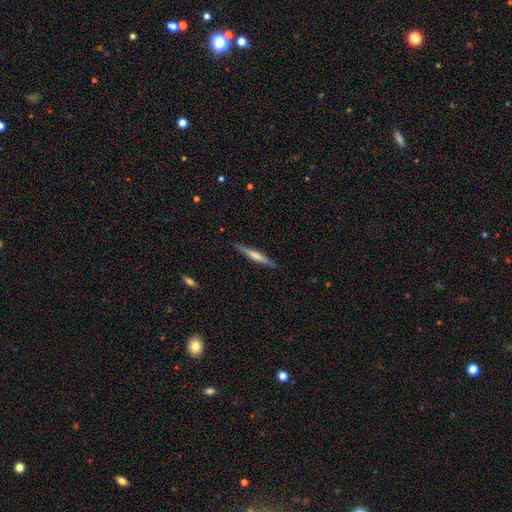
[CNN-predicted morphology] smooth 49%, featured or disk 46%, star or artifact 6%. Down the decision tree: merging — none (89%).